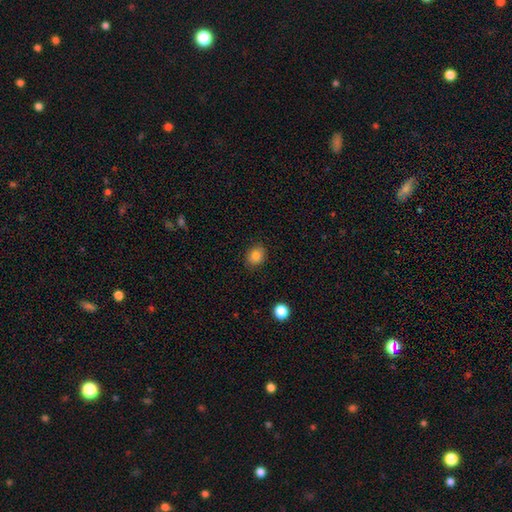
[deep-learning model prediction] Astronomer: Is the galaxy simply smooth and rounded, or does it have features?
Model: smooth — 84%.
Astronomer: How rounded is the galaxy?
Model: round — 59% (runner-up: in between, 40%).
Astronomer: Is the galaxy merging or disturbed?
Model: none — 86%.